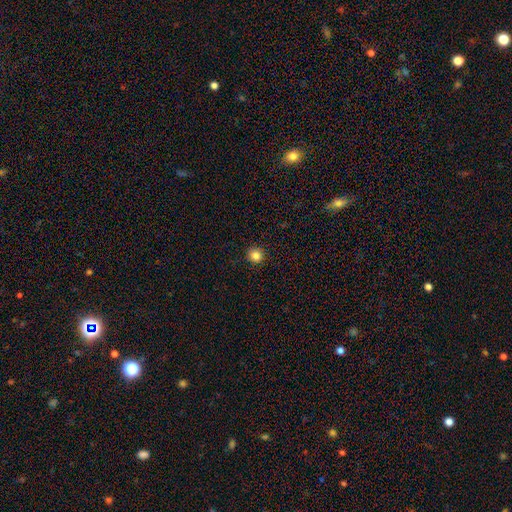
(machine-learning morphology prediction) A smooth galaxy with no disk features (84%) that is round (93%).

Vote fractions:
- Smooth or featured? smooth: 84% / star or artifact: 12% / featured or disk: 4%
- How rounded? round: 93% / in between: 6% / cigar-shaped: 1%
- Merging? none: 92% / minor disturbance: 5% / major disturbance: 2% / merger: 1%